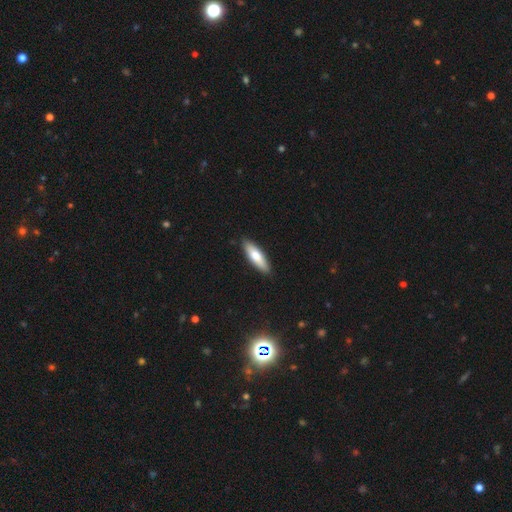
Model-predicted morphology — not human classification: This appears to be a smooth galaxy with no disk features (72%) that is cigar-shaped (58%). Merging: none (89%).